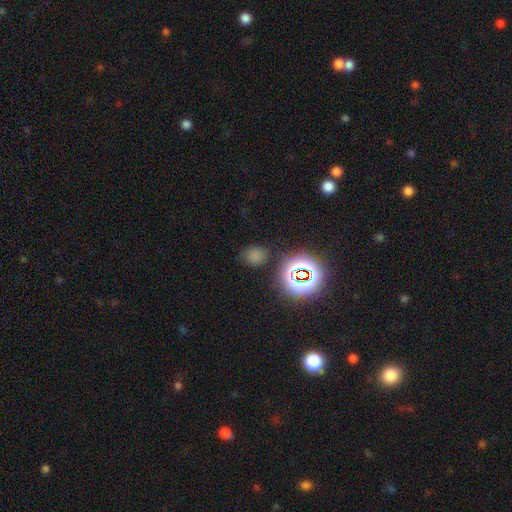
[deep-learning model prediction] smooth-or-featured: smooth: 64% | star or artifact: 29% | featured or disk: 7%
  how-rounded: round: 57% | in between: 42% | cigar-shaped: 1%
  merging: none: 76% | minor disturbance: 14% | major disturbance: 5% | merger: 5%